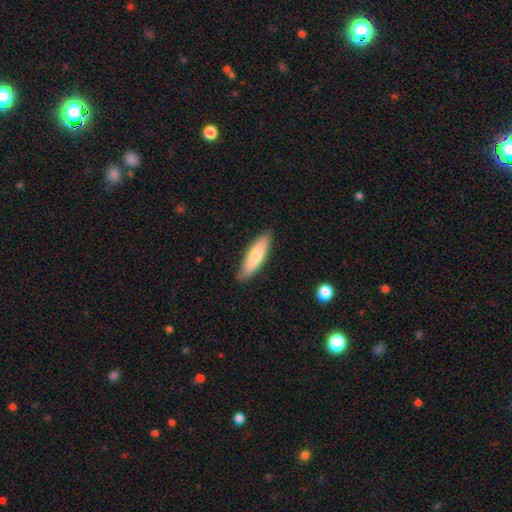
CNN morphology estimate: The model was most divided on "how rounded": cigar-shaped: 64%, in between: 34%, round: 1%. More confident: merging — none (86%); smooth or featured — smooth (73%).